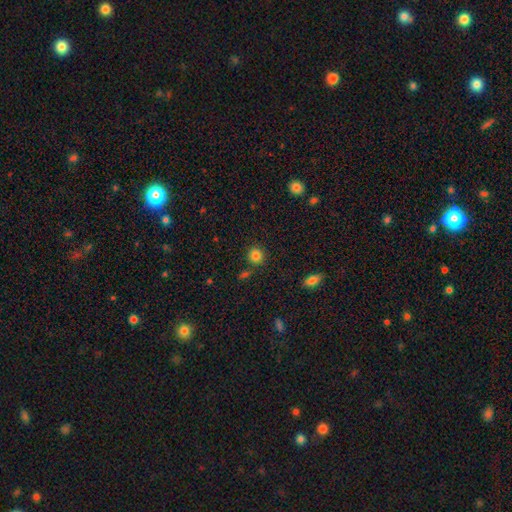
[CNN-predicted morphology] Smooth or featured?
  - smooth: 85% *
  - star or artifact: 11%
  - featured or disk: 5%
How rounded?
  - round: 87% *
  - in between: 12%
  - cigar-shaped: 1%
Merging?
  - none: 83% *
  - minor disturbance: 8%
  - merger: 6%
  - major disturbance: 3%